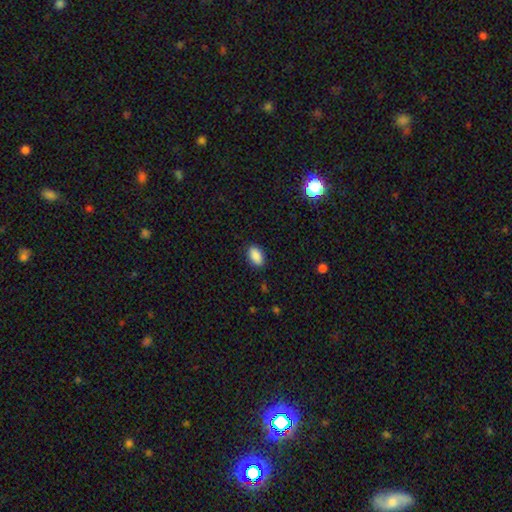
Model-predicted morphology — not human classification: Smooth or featured: smooth — 90% (star or artifact — 7%)
How rounded: in between — 92% (round — 6%)
Merging: none — 87% (minor disturbance — 10%)